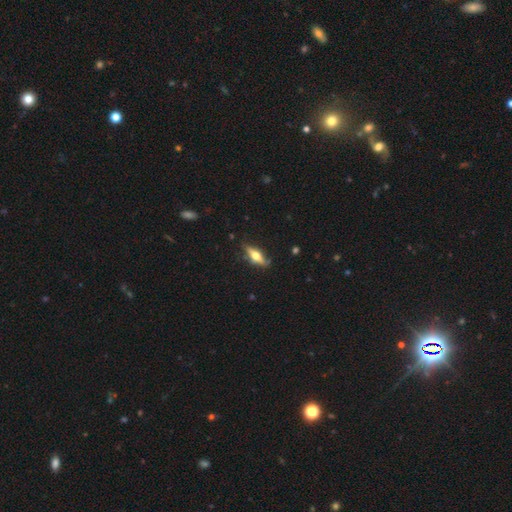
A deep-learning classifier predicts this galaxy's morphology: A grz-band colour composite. It shows a featured or disk galaxy (57%) viewed edge-on (89%) with a rounded central bulge (93%). Merging: none (76%).